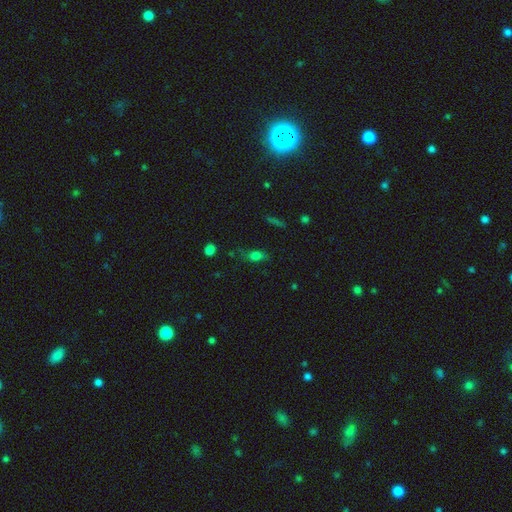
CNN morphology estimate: type=smooth (66%); roundness=in between (68%); merging=none (67%).